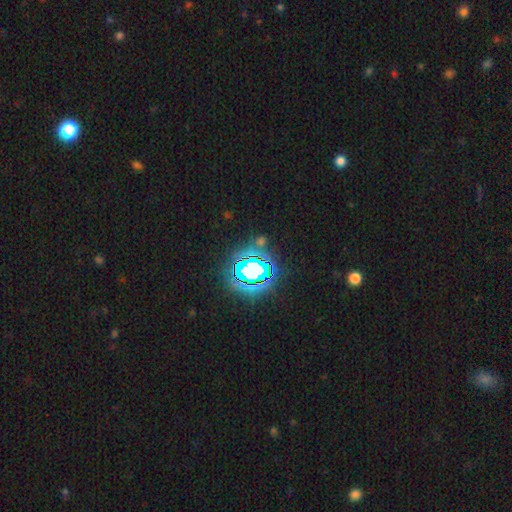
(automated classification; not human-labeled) This is clearly a star or artifact rather than a galaxy (83%).